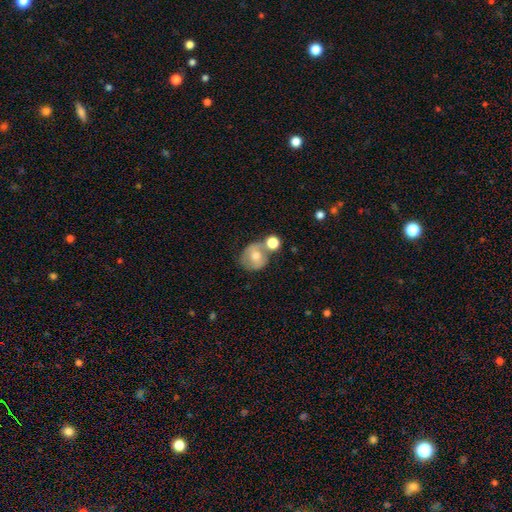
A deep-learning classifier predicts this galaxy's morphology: Smooth or featured: smooth — 60% (featured or disk — 31%)
How rounded: round — 74% (in between — 25%)
Merging: none — 41% (merger — 34%)